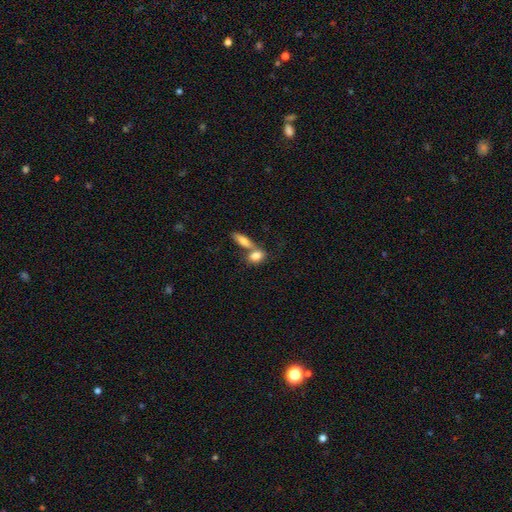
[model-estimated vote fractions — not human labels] This is clearly a smooth galaxy (82%). How rounded: likely in between (78%). Merging: possibly merger (51%).